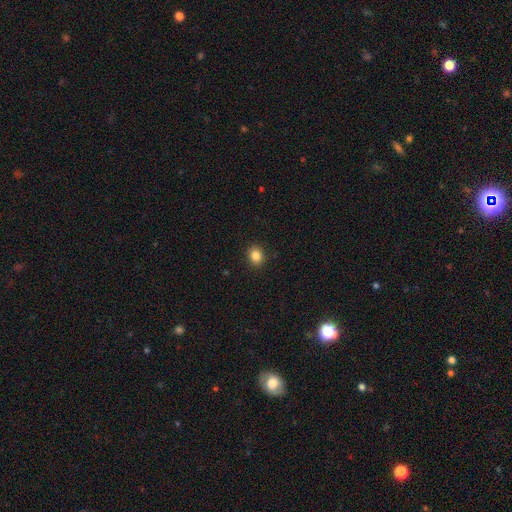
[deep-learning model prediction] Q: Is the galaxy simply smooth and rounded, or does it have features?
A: smooth — 85%.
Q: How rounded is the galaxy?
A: round — 70%.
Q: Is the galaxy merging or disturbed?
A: none — 91%.